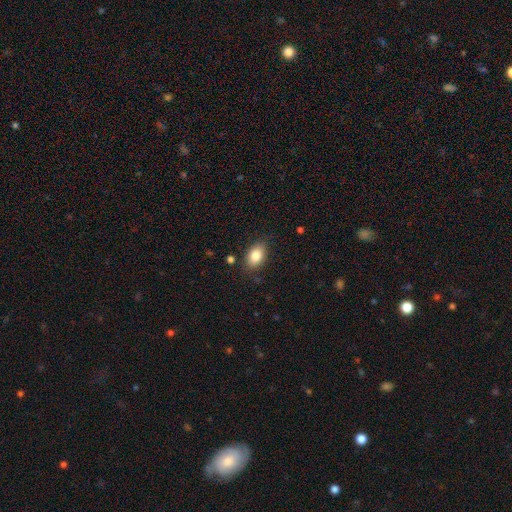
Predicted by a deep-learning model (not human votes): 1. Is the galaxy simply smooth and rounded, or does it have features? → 83% smooth, 9% featured or disk, 8% star or artifact.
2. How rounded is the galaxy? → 86% in between, 13% round, 2% cigar-shaped.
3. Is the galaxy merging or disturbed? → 82% none, 13% minor disturbance, 3% major disturbance, 2% merger.